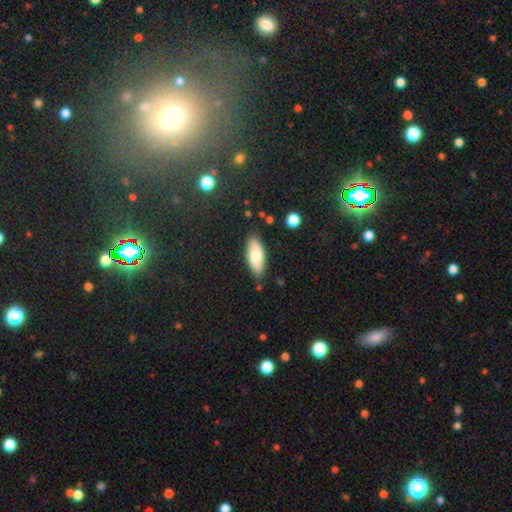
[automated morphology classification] smooth-or-featured: smooth: 77% | featured or disk: 17% | star or artifact: 6%
  how-rounded: in between: 80% | cigar-shaped: 18% | round: 2%
  merging: none: 83% | minor disturbance: 13% | major disturbance: 2% | merger: 2%